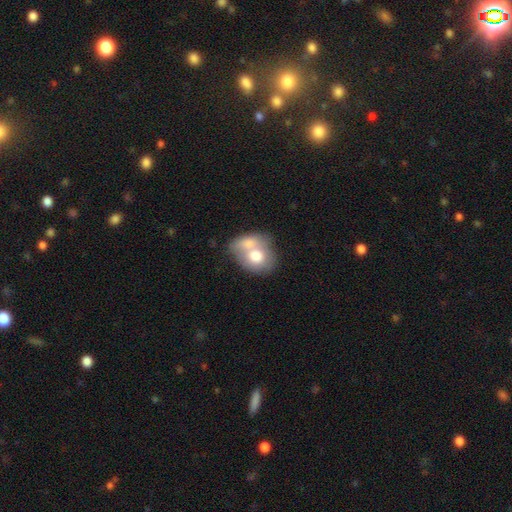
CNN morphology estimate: This appears to be a smooth galaxy with no disk features (68%) that is in between round and cigar-shaped (53%). Merging: merger (64%).